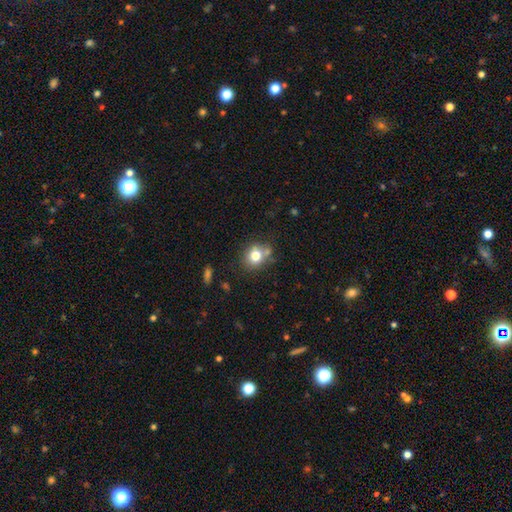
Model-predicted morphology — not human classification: This appears to be a smooth galaxy with no disk features (77%) that is round (69%). Merging: none (66%).